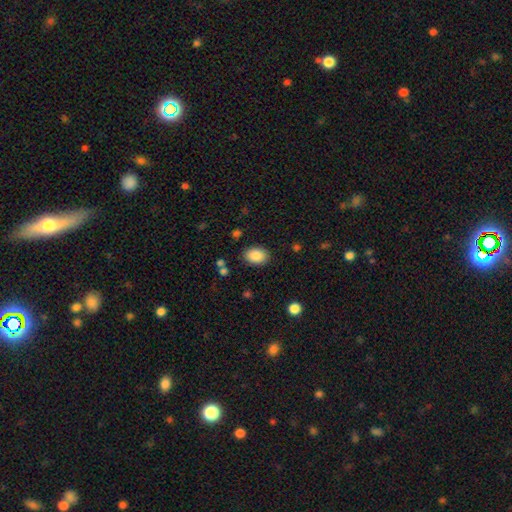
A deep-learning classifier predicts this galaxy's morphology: Smooth or featured: smooth — 88% (star or artifact — 7%)
How rounded: in between — 80% (round — 19%)
Merging: none — 86% (minor disturbance — 10%)